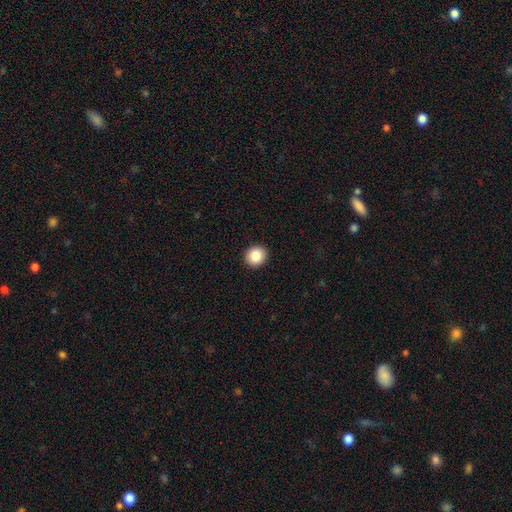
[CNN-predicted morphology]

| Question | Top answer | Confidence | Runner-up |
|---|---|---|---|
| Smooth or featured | smooth | 86% | star or artifact (8%) |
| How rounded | round | 81% | in between (18%) |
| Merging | none | 92% | minor disturbance (5%) |